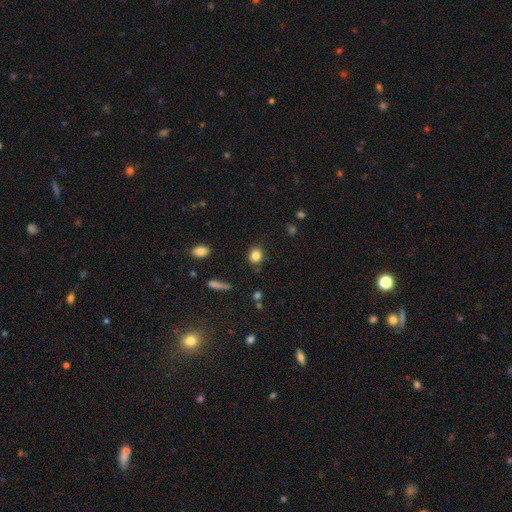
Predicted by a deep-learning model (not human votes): smooth-or-featured: smooth: 84% | star or artifact: 10% | featured or disk: 6%
  how-rounded: round: 69% | in between: 29% | cigar-shaped: 2%
  merging: none: 84% | minor disturbance: 11% | major disturbance: 3% | merger: 2%